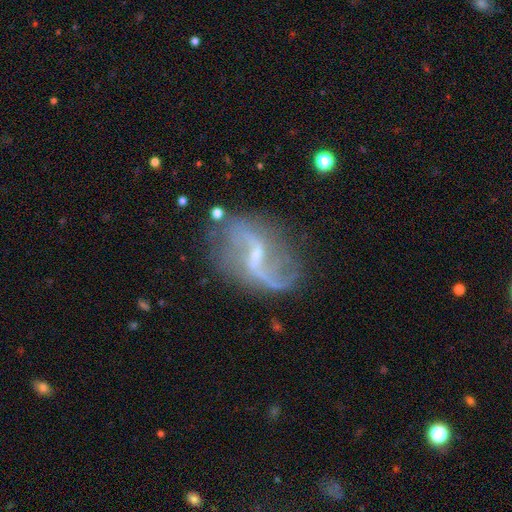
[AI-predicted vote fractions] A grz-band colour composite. It shows a featured or disk galaxy (86%) with a weak bar (52%), 2 (86%) loose (83%) spiral arms (92%) and a small central bulge (66%). Merging: none (68%).